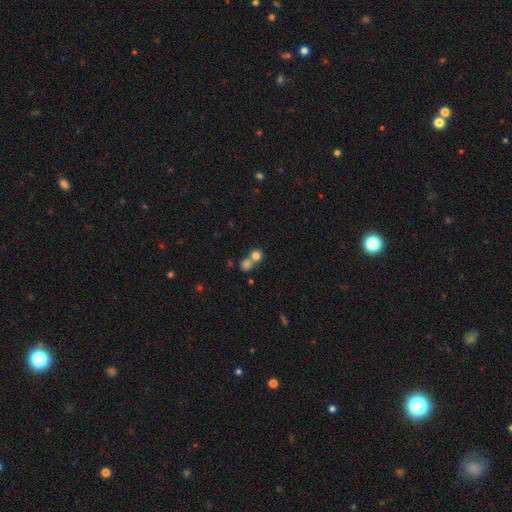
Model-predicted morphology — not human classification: type=smooth (77%); roundness=round (84%); merging=merger (53%).